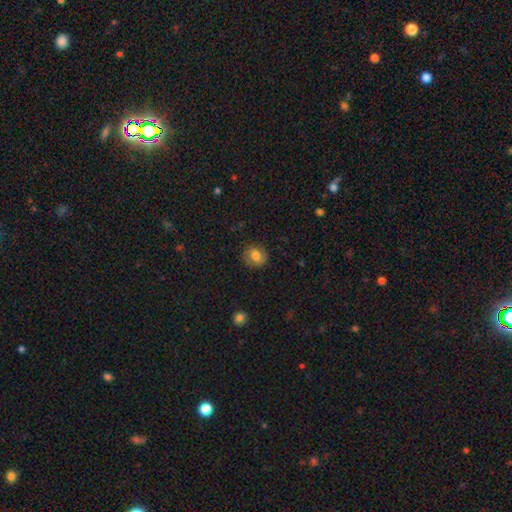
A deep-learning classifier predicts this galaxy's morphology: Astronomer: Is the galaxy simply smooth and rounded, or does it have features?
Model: smooth — 76%.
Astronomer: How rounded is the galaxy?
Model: round — 70%.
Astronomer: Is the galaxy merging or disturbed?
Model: none — 85%.